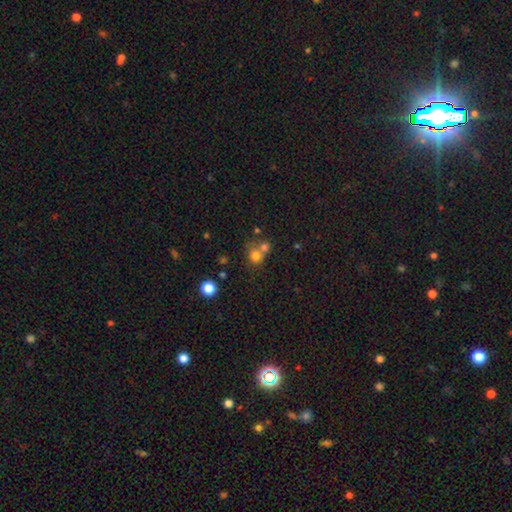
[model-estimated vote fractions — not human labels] The model was most divided on "merging": merger: 45%, none: 43%, minor disturbance: 8%, major disturbance: 4%. More confident: how rounded — round (79%); smooth or featured — smooth (74%).